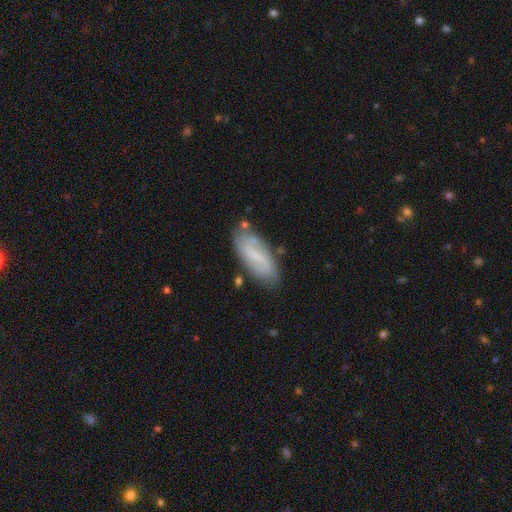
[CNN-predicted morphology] smooth-or-featured: featured or disk: 55% | smooth: 38% | star or artifact: 7%
  disk-edge-on: no: 91% | yes: 9%
  merging: none: 72% | minor disturbance: 19% | major disturbance: 5% | merger: 4%